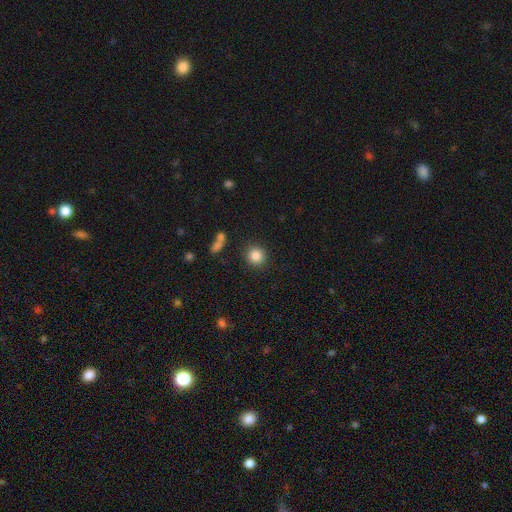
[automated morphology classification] type=smooth (85%); roundness=round (90%); merging=none (88%).